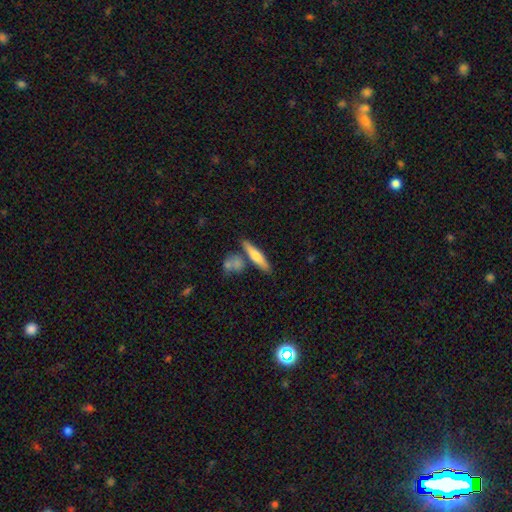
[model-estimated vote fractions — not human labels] Q: Smooth or featured?
A: smooth (61%); runner-up: featured or disk (34%)
Q: How rounded?
A: cigar-shaped (82%); runner-up: in between (16%)
Q: Merging?
A: none (71%); runner-up: merger (14%)